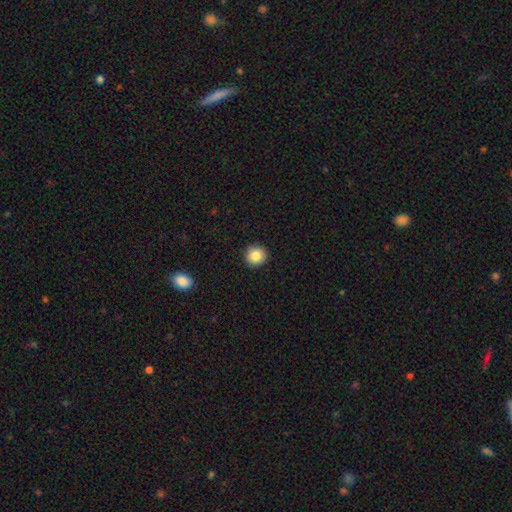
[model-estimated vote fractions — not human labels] The model was most divided on "smooth or featured": smooth: 85%, star or artifact: 9%, featured or disk: 6%. More confident: how rounded — round (93%); merging — none (92%).